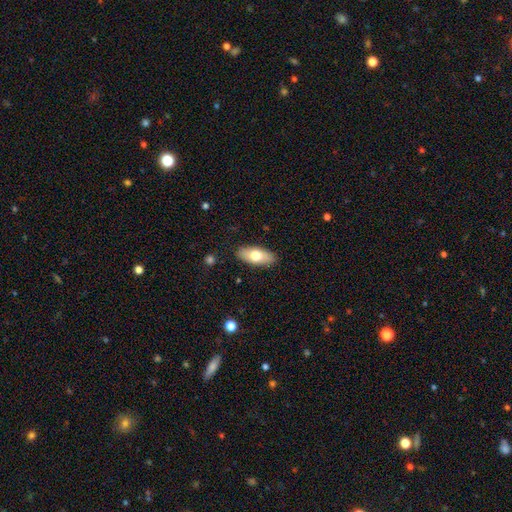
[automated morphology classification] Smooth or featured?
  - smooth: 70% *
  - featured or disk: 24%
  - star or artifact: 6%
How rounded?
  - in between: 87% *
  - cigar-shaped: 10%
  - round: 3%
Merging?
  - none: 88% *
  - minor disturbance: 9%
  - major disturbance: 2%
  - merger: 1%